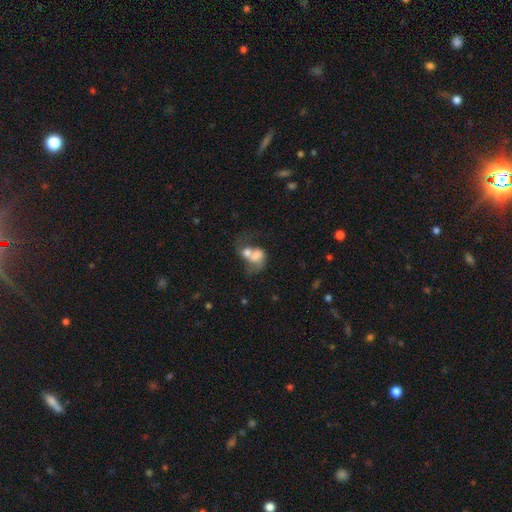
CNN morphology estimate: A smooth galaxy with no disk features (50%) that is in between round and cigar-shaped (61%). Merging: merger (71%).